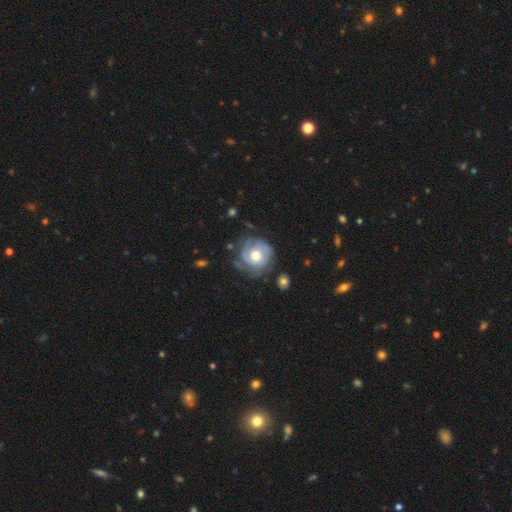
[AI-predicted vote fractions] This is likely a featured or disk galaxy (71%). It is clearly not viewed edge-on (98%). Bar: likely no (80%). Spiral arm pattern: clearly yes (85%). Spiral arm count: marginally can't tell (39%). Spiral winding: likely tight (66%). Central bulge: likely moderate (71%). Merging: likely none (67%).